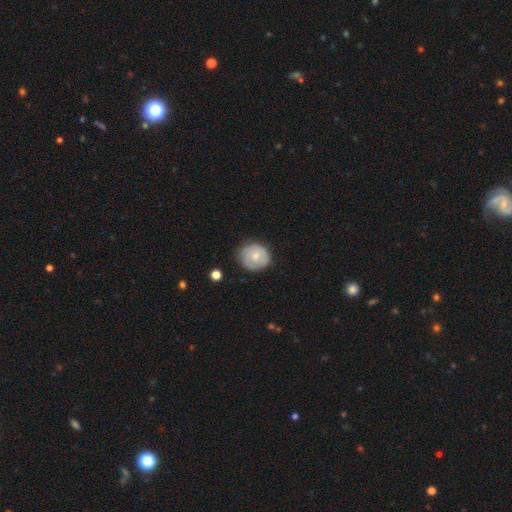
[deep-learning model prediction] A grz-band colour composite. It shows a smooth galaxy with no disk features (48%). Merging: none (72%).